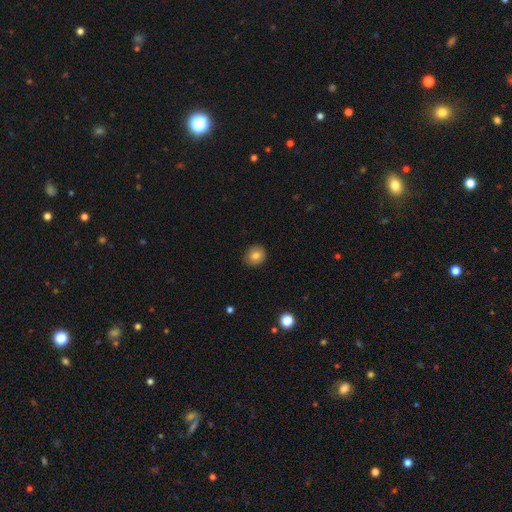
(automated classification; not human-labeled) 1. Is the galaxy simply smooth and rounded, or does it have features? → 80% smooth, 10% featured or disk, 10% star or artifact.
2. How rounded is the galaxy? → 77% round, 22% in between, 1% cigar-shaped.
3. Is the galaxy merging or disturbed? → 88% none, 9% minor disturbance, 2% major disturbance, 1% merger.